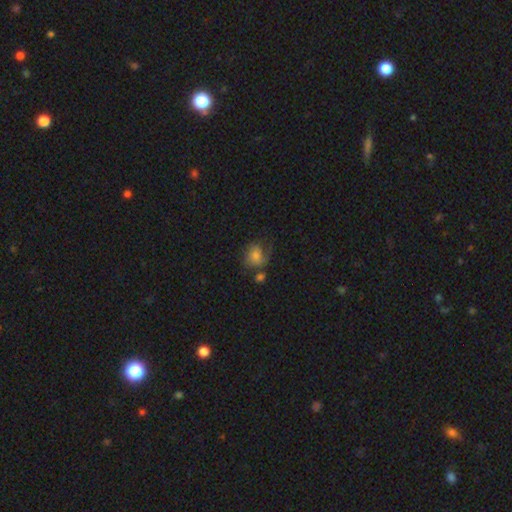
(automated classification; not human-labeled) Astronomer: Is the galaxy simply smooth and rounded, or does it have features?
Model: smooth — 59%.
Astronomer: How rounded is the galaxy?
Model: round — 61% (runner-up: in between, 38%).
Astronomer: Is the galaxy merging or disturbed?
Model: none — 47% (runner-up: minor disturbance, 25%).